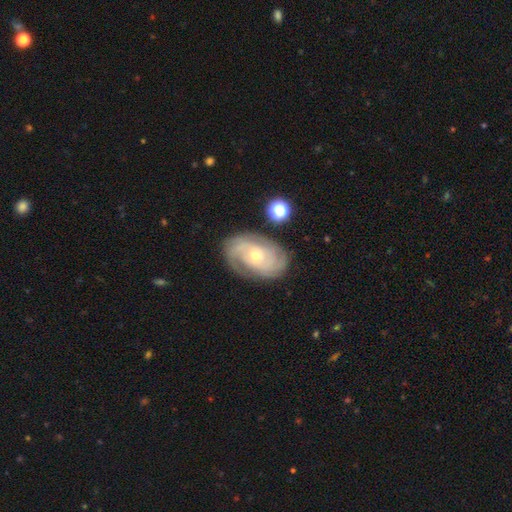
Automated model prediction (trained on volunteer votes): This appears to be a featured or disk galaxy (85%) with no bar (72%), tight (70%) spiral arms (96%) and a small central bulge (54%). Merging: none (81%).